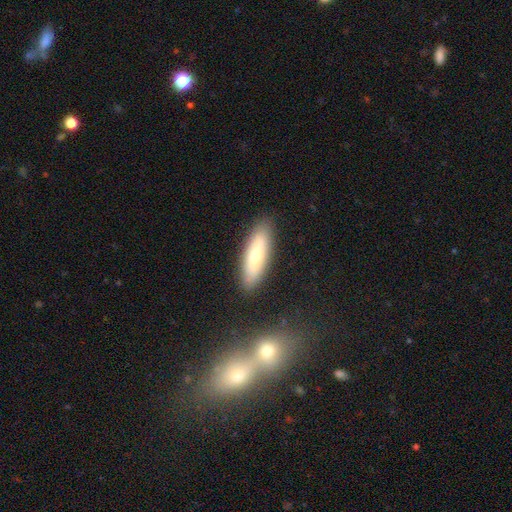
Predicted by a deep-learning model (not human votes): This appears to be a smooth galaxy with no disk features (62%) that is cigar-shaped (51%). Merging: none (87%).